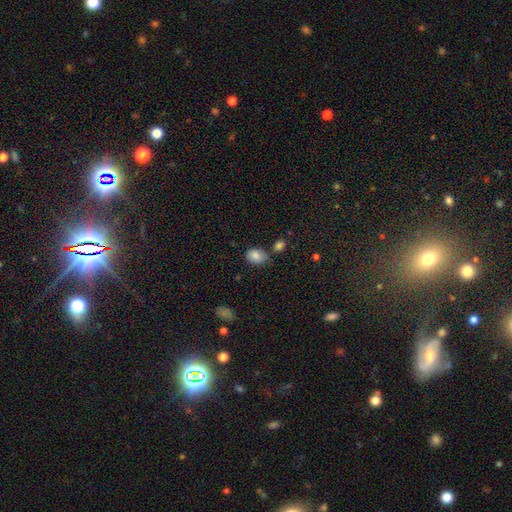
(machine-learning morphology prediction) smooth-or-featured: smooth: 83% | star or artifact: 9% | featured or disk: 8%
  how-rounded: in between: 64% | round: 35% | cigar-shaped: 1%
  merging: none: 67% | minor disturbance: 18% | merger: 11% | major disturbance: 4%